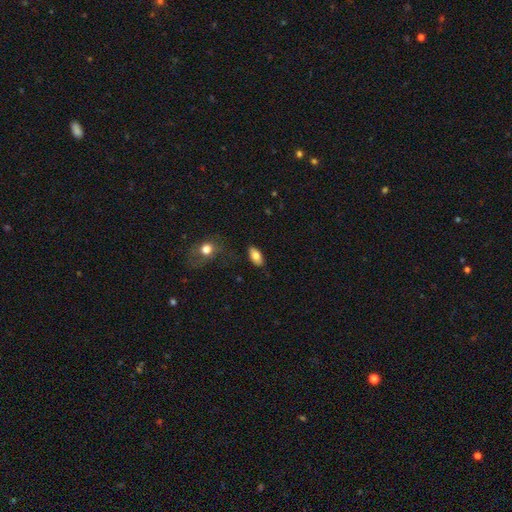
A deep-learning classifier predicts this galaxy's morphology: Smooth or featured? smooth (78%)
How rounded? in between (90%)
Merging? none (85%)